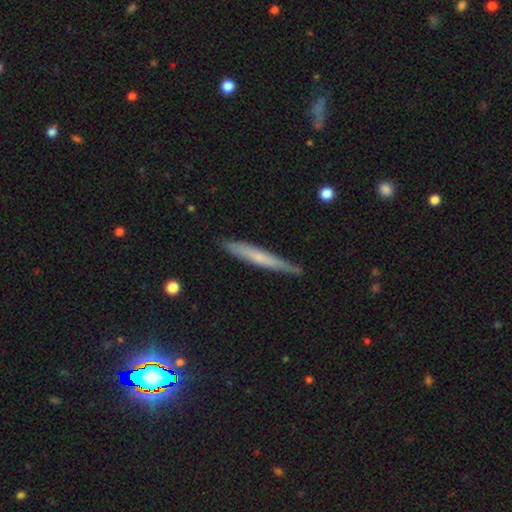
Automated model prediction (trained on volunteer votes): Morphology: type=smooth (56%); roundness=cigar-shaped (96%); merging=none (83%).